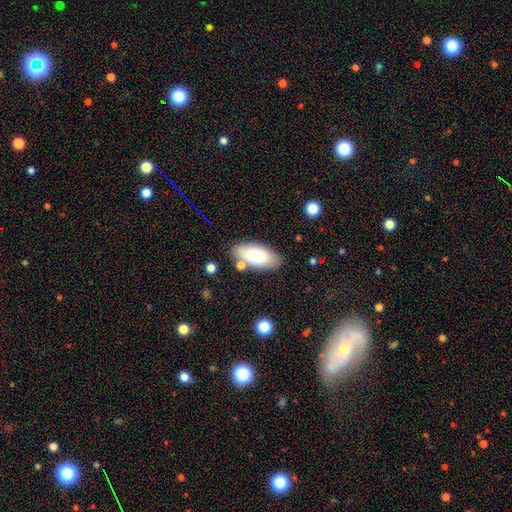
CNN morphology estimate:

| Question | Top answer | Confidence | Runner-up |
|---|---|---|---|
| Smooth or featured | smooth | 74% | featured or disk (19%) |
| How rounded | in between | 88% | cigar-shaped (10%) |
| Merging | none | 79% | minor disturbance (12%) |